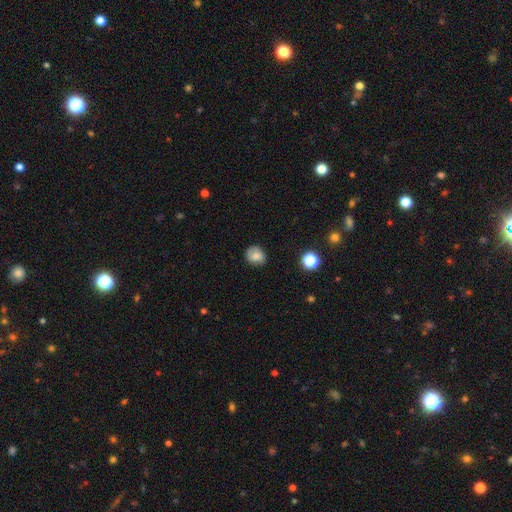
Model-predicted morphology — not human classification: Smooth or featured? Predicted: smooth (p=0.77). How rounded? Predicted: round (p=0.75). Merging? Predicted: none (p=0.79).